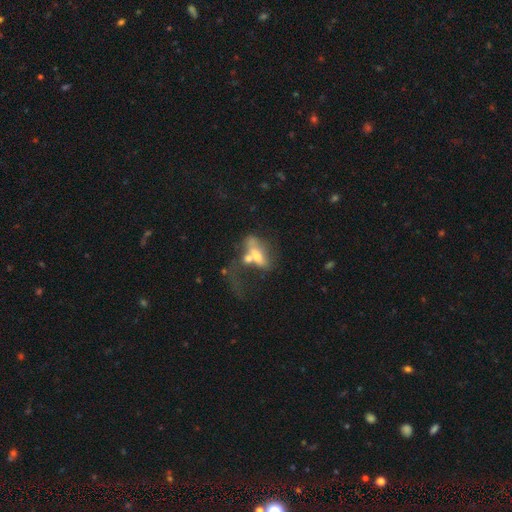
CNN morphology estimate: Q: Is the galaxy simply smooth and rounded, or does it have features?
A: smooth — 49%.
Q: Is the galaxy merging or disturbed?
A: merger — 47%.